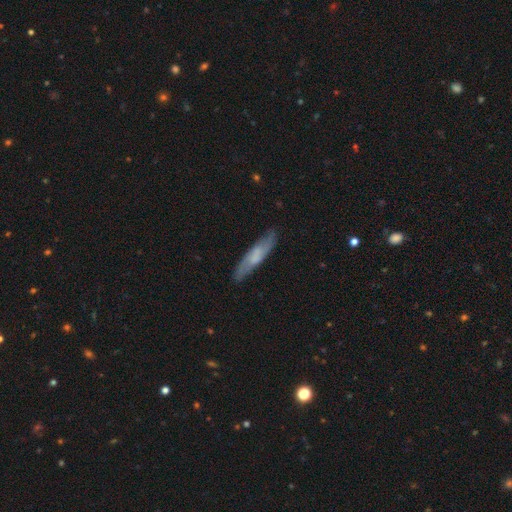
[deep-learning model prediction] This appears to be a smooth galaxy with no disk features (51%) that is cigar-shaped (82%). Merging: none (82%).